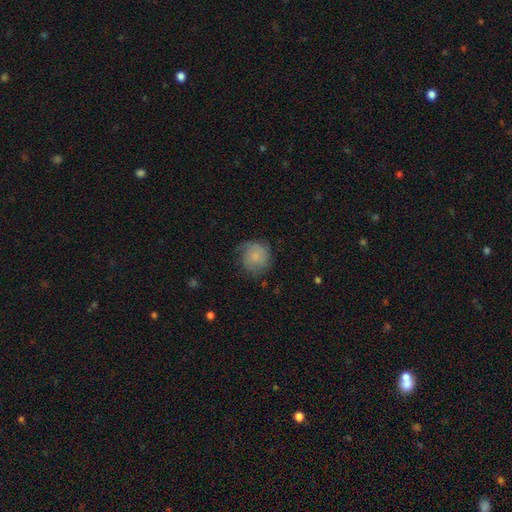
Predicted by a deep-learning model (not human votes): smooth-or-featured: smooth: 57% | featured or disk: 35% | star or artifact: 8%
  how-rounded: round: 86% | in between: 13% | cigar-shaped: 1%
  merging: none: 65% | minor disturbance: 24% | major disturbance: 10% | merger: 1%